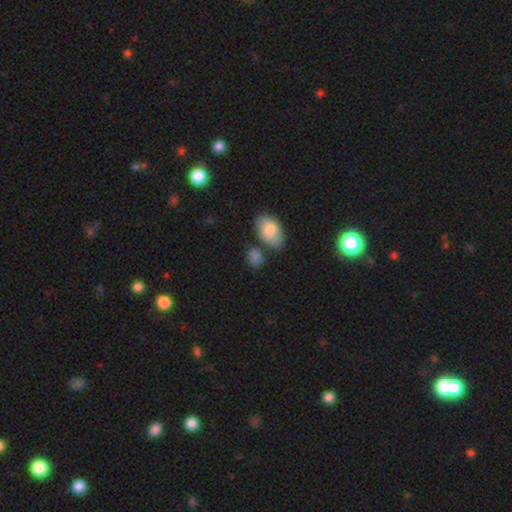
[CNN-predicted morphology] smooth_or_featured: smooth (p=0.74) [alt: star or artifact p=0.14]
how_rounded: in between (p=0.64) [alt: round p=0.33]
merging: none (p=0.71) [alt: minor disturbance p=0.14]